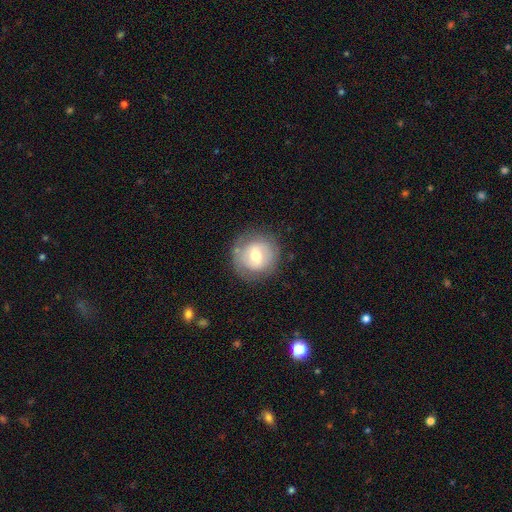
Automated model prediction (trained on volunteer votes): A smooth galaxy with no disk features (53%) that is round (90%).

Vote fractions:
- Smooth or featured? smooth: 53% / featured or disk: 40% / star or artifact: 7%
- How rounded? round: 90% / in between: 9% / cigar-shaped: 1%
- Merging? none: 77% / minor disturbance: 15% / major disturbance: 6% / merger: 2%